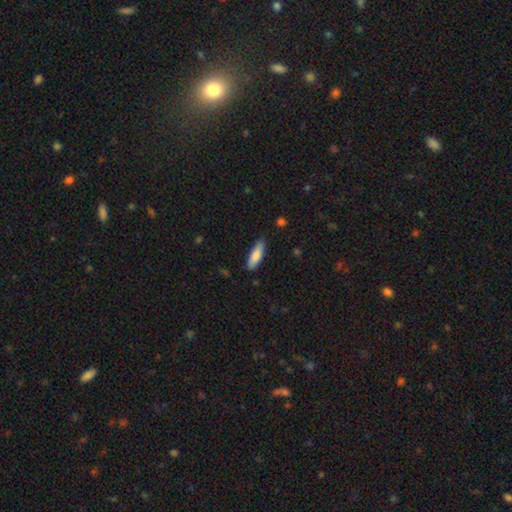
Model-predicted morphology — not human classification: This is clearly a smooth galaxy (81%). How rounded: possibly cigar-shaped (58%). Merging: clearly none (85%).